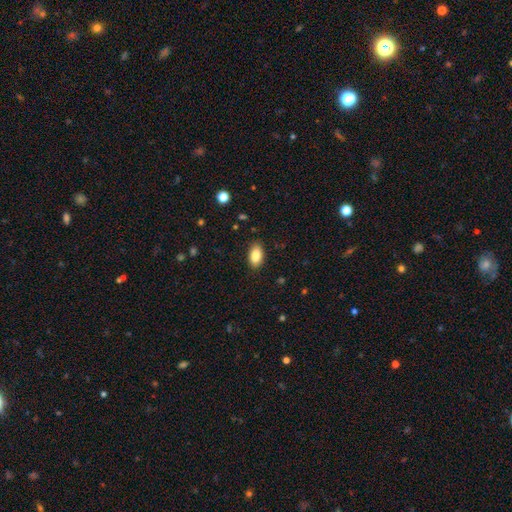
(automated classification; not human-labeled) Smooth or featured? smooth (86%)
How rounded? in between (93%)
Merging? none (87%)